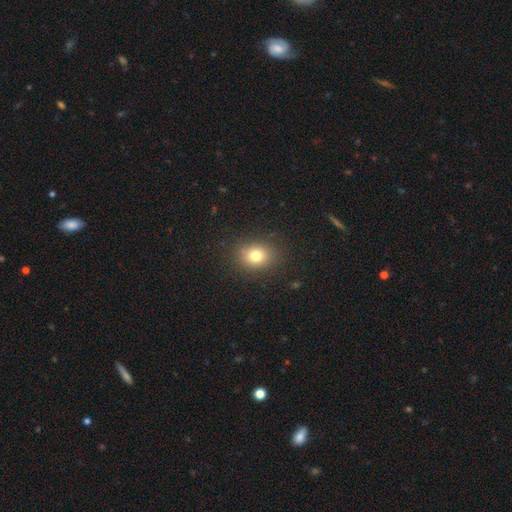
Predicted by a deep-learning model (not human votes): Morphology: type=smooth (78%); roundness=round (56%); merging=none (86%).